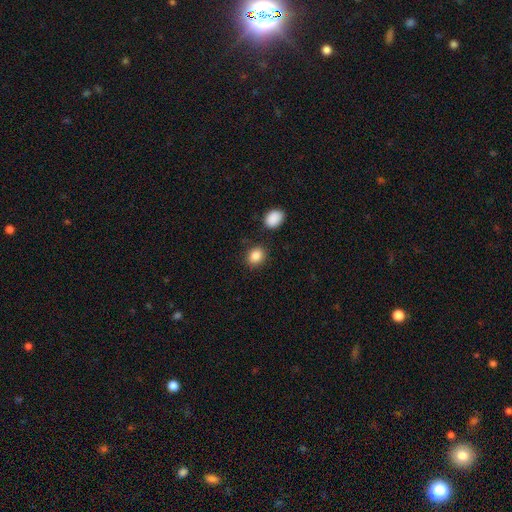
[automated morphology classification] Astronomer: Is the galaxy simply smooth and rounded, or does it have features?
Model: smooth — 87%.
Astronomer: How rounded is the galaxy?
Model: round — 56% (runner-up: in between, 43%).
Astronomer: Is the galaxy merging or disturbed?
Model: none — 83%.